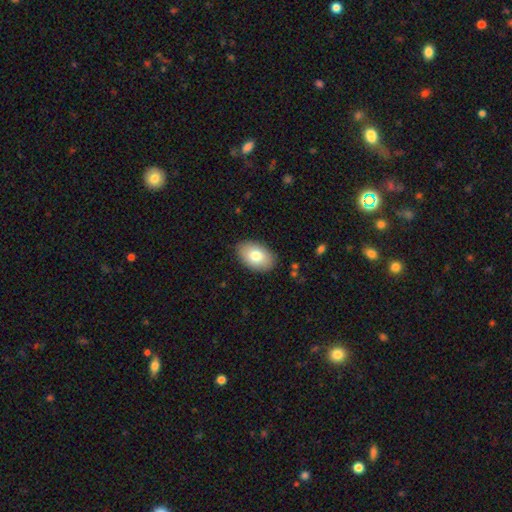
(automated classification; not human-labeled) Q: Smooth or featured?
A: smooth (78%); runner-up: featured or disk (15%)
Q: How rounded?
A: in between (91%); runner-up: round (7%)
Q: Merging?
A: none (86%); runner-up: minor disturbance (11%)